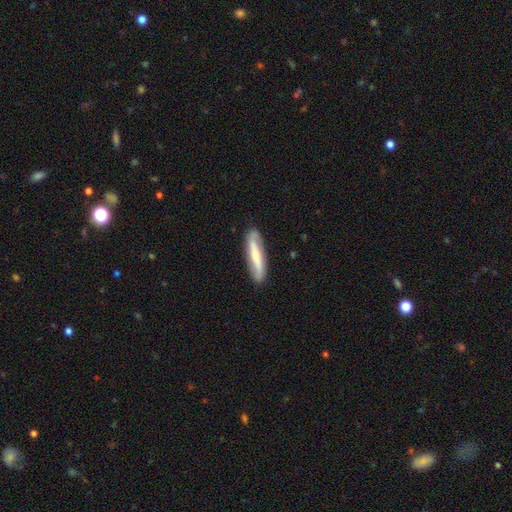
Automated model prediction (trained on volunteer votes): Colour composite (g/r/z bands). It shows a featured or disk galaxy (50%). Merging: none (84%).